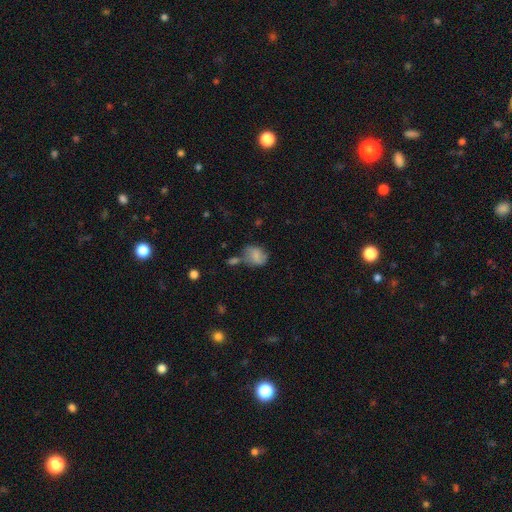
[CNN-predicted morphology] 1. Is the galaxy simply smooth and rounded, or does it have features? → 70% smooth, 20% featured or disk, 10% star or artifact.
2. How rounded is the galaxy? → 55% in between, 43% round, 1% cigar-shaped.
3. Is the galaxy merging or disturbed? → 47% none, 24% minor disturbance, 19% merger, 10% major disturbance.